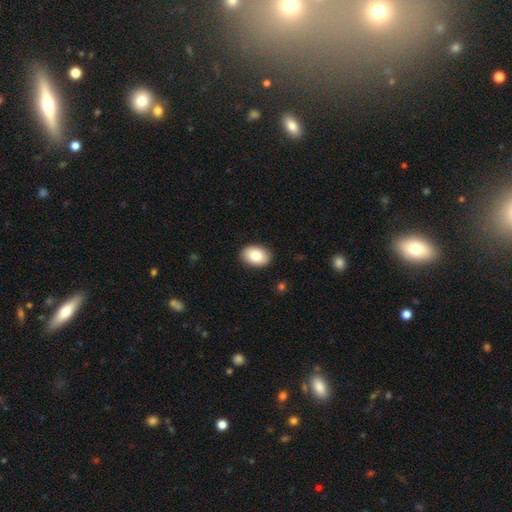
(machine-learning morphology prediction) smooth 84%, featured or disk 10%, star or artifact 7%. Down the decision tree: how rounded — in between (86%); merging — none (90%).